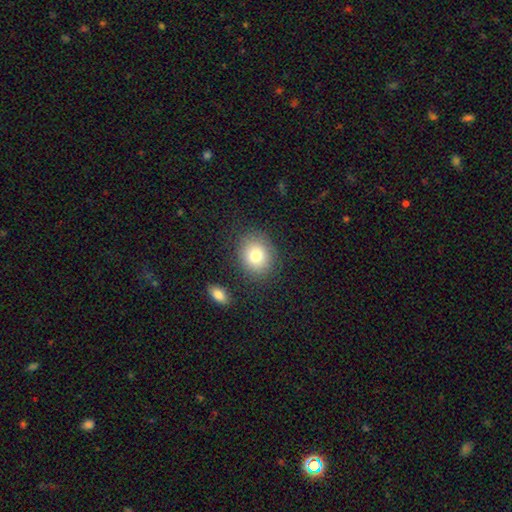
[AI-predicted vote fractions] Smooth or featured: smooth — 78% (featured or disk — 12%)
How rounded: round — 67% (in between — 33%)
Merging: none — 82% (minor disturbance — 10%)